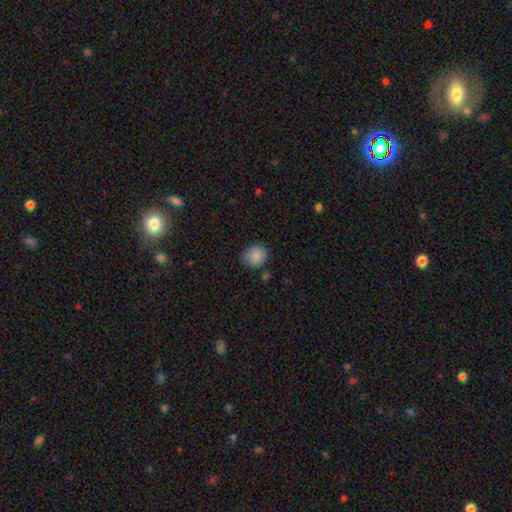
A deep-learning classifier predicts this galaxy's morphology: Smooth or featured?
  - smooth: 87% *
  - star or artifact: 8%
  - featured or disk: 5%
How rounded?
  - round: 74% *
  - in between: 25%
  - cigar-shaped: 1%
Merging?
  - none: 76% *
  - minor disturbance: 18%
  - major disturbance: 4%
  - merger: 3%